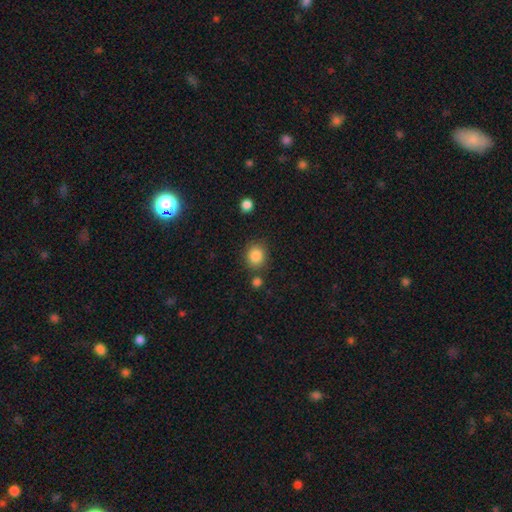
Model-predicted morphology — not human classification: A smooth galaxy with no disk features (86%) that is round (74%). Merging: none (78%).